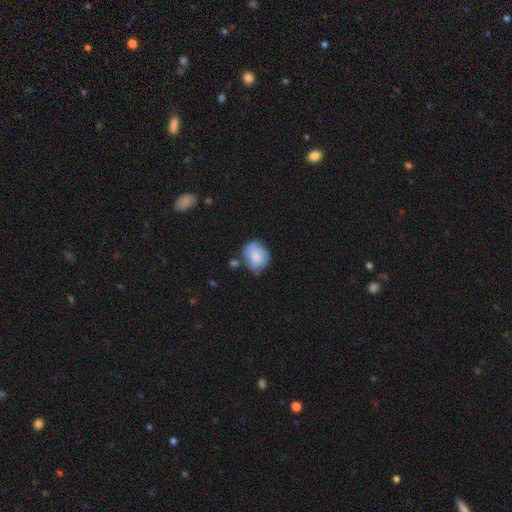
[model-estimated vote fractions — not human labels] Smooth or featured?
  - smooth: 73% *
  - featured or disk: 20%
  - star or artifact: 7%
How rounded?
  - round: 62% *
  - in between: 37%
  - cigar-shaped: 1%
Merging?
  - none: 50% *
  - minor disturbance: 31%
  - major disturbance: 10%
  - merger: 9%